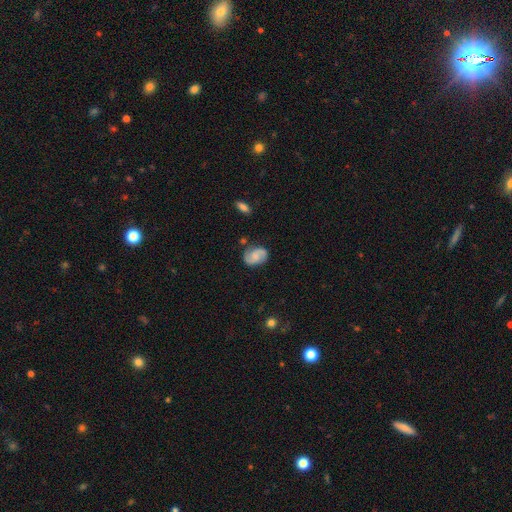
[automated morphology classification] The model was most divided on "bulge size": none: 39%, small: 29%, moderate: 25%, large: 6%, dominant: 2%. Remaining: edge-on disk — no (98%); spiral arms — yes (95%); spiral arm count — 2 (90%); merging — none (76%); smooth or featured — featured or disk (68%); bar — no (55%); spiral winding — medium (48%).